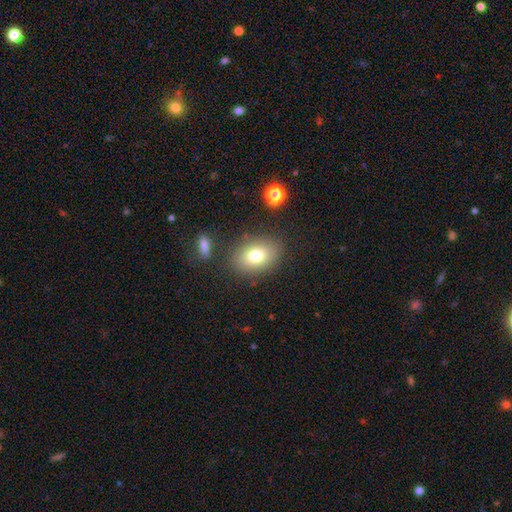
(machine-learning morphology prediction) This is likely a smooth galaxy (77%). How rounded: likely in between (74%). Merging: clearly none (82%).